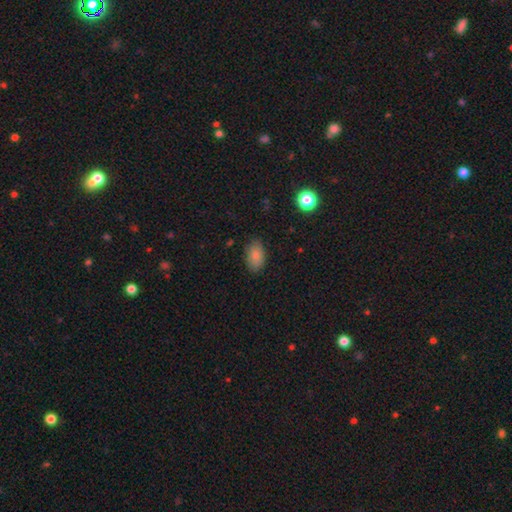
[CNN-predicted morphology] Overall: smooth (85%). How rounded: in between (89%). Merging: none (82%).